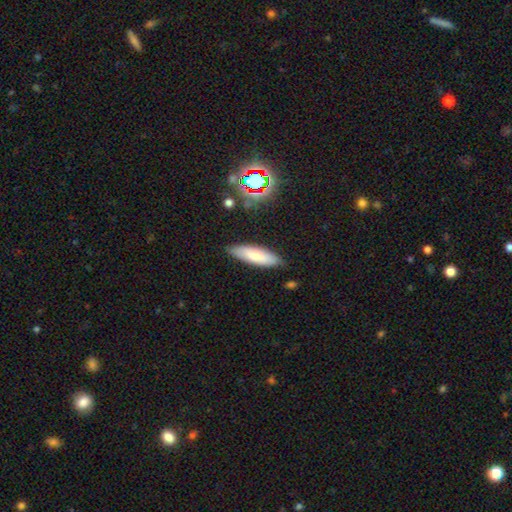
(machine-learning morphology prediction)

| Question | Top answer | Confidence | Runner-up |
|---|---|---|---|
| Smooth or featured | smooth | 73% | featured or disk (19%) |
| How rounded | in between | 50% | cigar-shaped (48%) |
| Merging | none | 82% | minor disturbance (14%) |